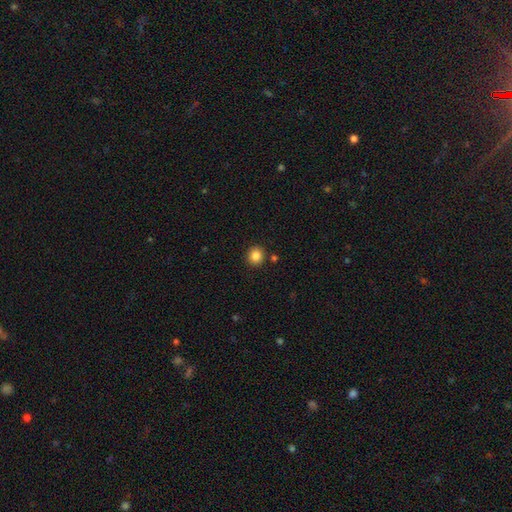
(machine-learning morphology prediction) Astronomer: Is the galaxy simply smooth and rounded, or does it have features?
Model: smooth — 85%.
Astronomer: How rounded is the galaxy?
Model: round — 88%.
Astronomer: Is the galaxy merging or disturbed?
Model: none — 88%.